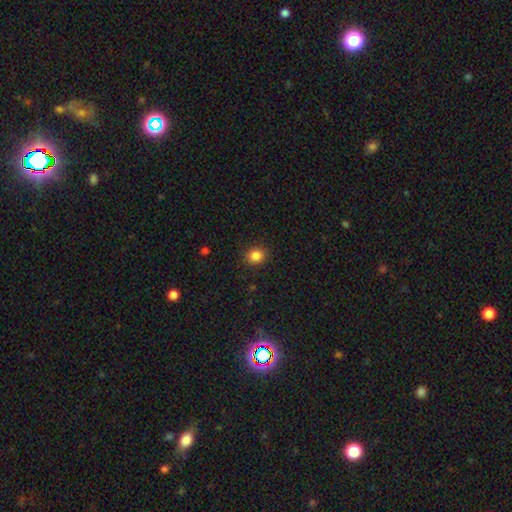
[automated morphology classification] Overall: smooth (85%). How rounded: round (81%). Merging: none (89%).